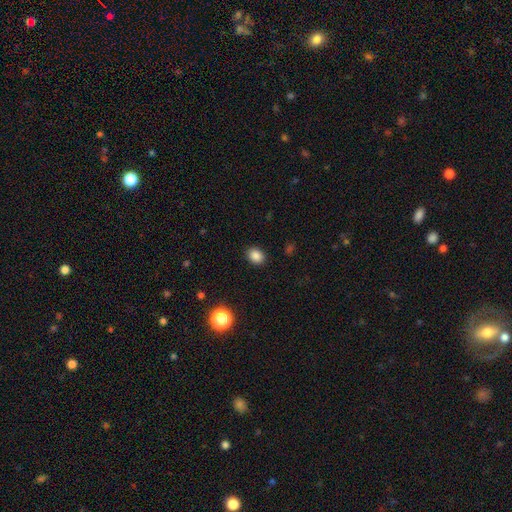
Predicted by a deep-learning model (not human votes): The model was most divided on "how rounded": in between: 56%, round: 43%, cigar-shaped: 1%. More confident: merging — none (89%); smooth or featured — smooth (85%).